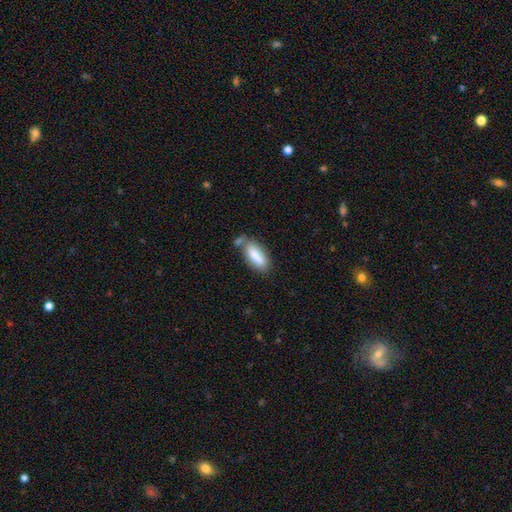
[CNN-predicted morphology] Smooth or featured?
  - smooth: 79% *
  - featured or disk: 14%
  - star or artifact: 7%
How rounded?
  - in between: 67% *
  - cigar-shaped: 31%
  - round: 2%
Merging?
  - none: 50% *
  - merger: 23%
  - minor disturbance: 21%
  - major disturbance: 7%